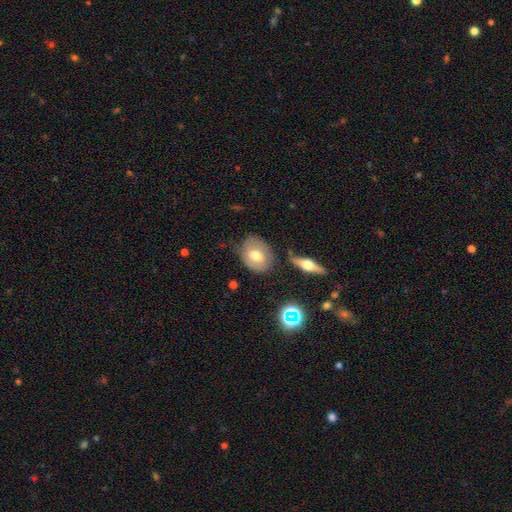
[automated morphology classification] Overall: smooth (59%; featured or disk 33%). How rounded: in between (63%; round 36%). Merging: none (71%).